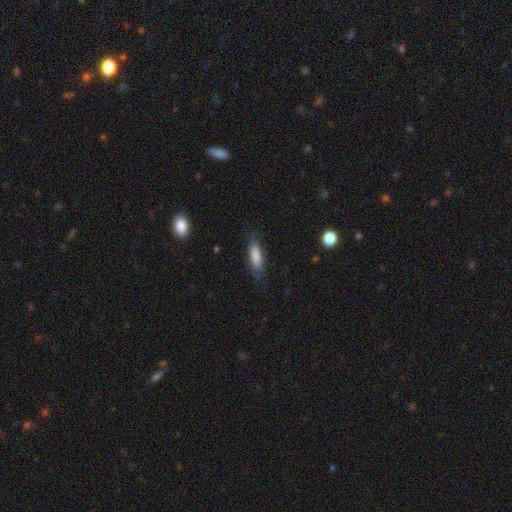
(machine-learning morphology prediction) Q: Smooth or featured?
A: smooth (79%); runner-up: featured or disk (14%)
Q: How rounded?
A: cigar-shaped (49%); tied with: in between (49%)
Q: Merging?
A: none (77%); runner-up: minor disturbance (16%)